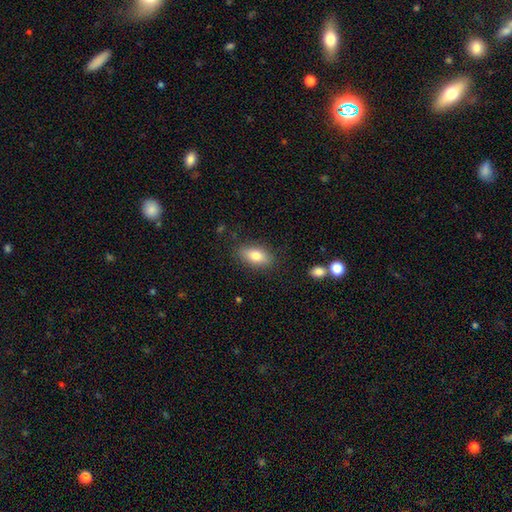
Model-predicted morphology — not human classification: Overall: smooth (78%). How rounded: in between (86%). Merging: none (84%).